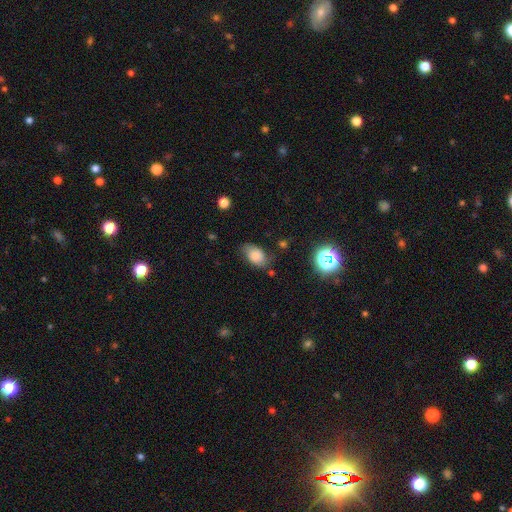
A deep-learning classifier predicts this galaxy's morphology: Smooth or featured: smooth — 72% (featured or disk — 16%)
How rounded: in between — 89% (round — 9%)
Merging: none — 65% (minor disturbance — 26%)